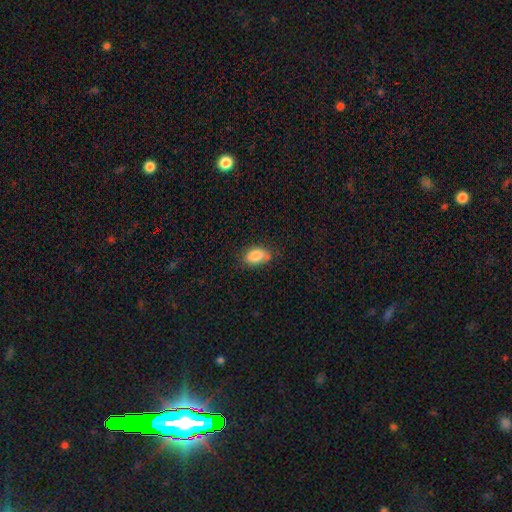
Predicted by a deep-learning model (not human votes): The model was most divided on "merging": none: 63%, minor disturbance: 27%, major disturbance: 6%, merger: 5%. More confident: how rounded — in between (90%); smooth or featured — smooth (84%).